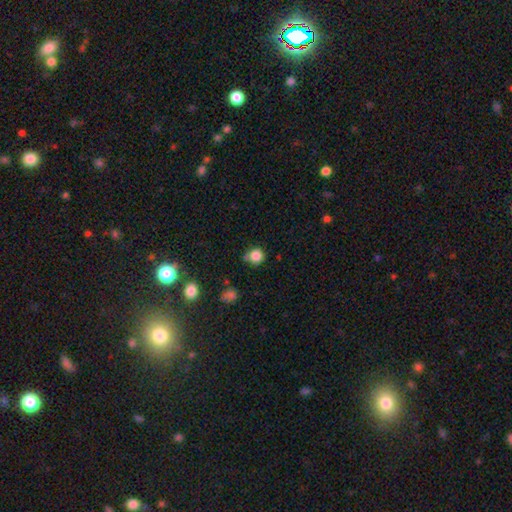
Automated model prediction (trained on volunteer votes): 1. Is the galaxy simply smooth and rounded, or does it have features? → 84% smooth, 11% star or artifact, 5% featured or disk.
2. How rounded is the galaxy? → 90% round, 9% in between, 1% cigar-shaped.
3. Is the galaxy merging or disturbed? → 67% none, 21% minor disturbance, 7% merger, 5% major disturbance.